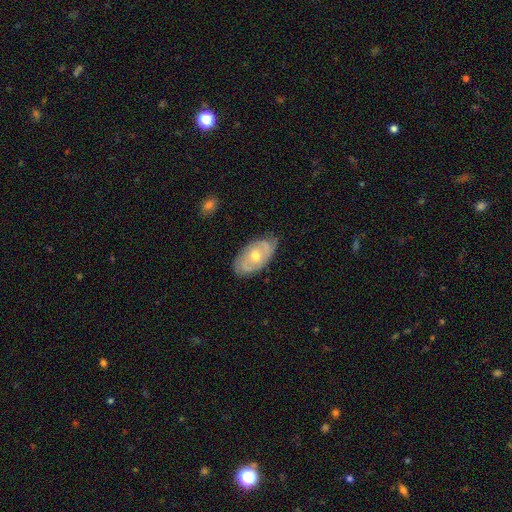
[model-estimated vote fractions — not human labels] Morphology: type=featured or disk (71%); edge-on=no (93%); bar=no (72%); spiral arms=yes (79%); winding=tight (61%); arm count=2 (47%); bulge=moderate (71%); merging=none (76%).